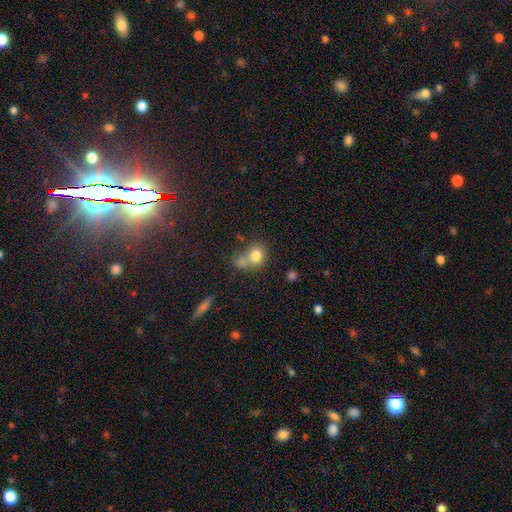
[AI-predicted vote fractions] This is likely a smooth galaxy (78%). How rounded: likely round (66%). Merging: marginally merger (44%).